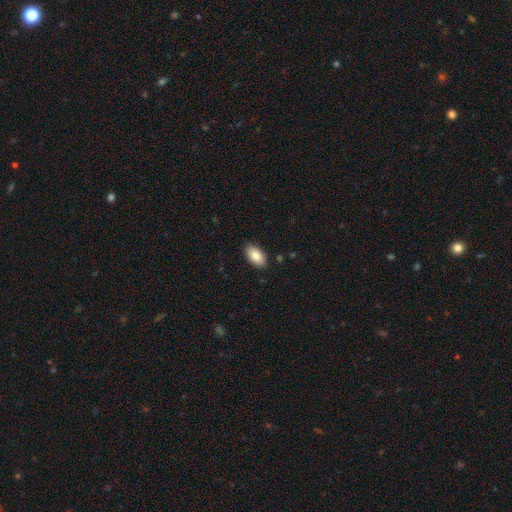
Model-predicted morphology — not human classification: A smooth galaxy with no disk features (86%) that is in between round and cigar-shaped (95%). Merging: none (88%).